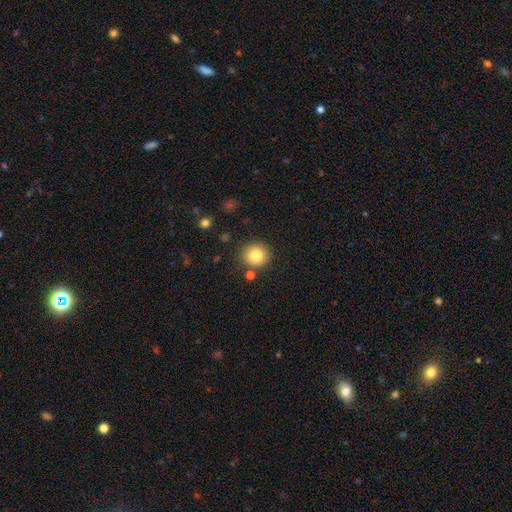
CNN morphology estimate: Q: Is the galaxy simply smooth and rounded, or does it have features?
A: smooth — 82%.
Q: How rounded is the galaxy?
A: round — 89%.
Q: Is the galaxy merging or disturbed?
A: none — 84%.